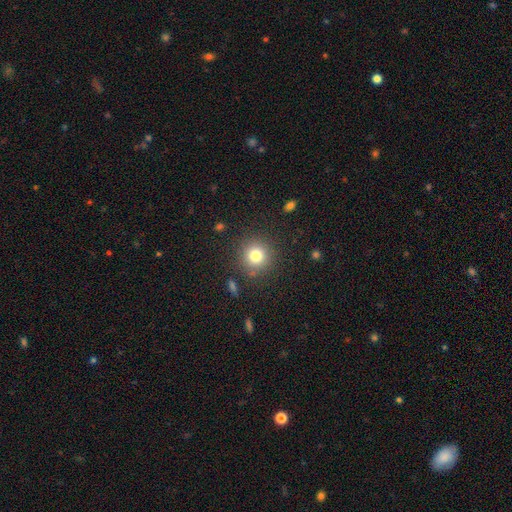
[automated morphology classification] Overall: smooth (79%). How rounded: round (94%). Merging: none (86%).